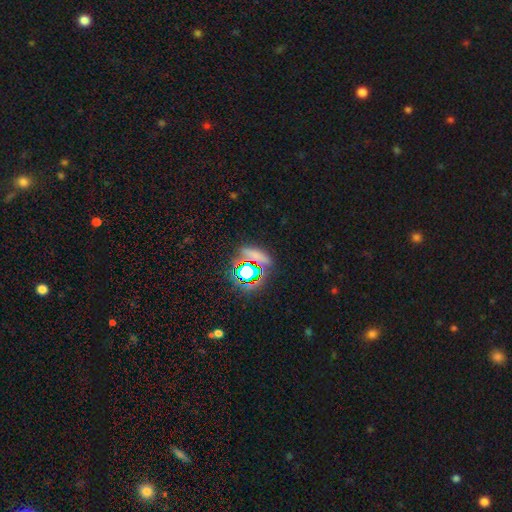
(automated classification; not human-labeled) The model was most divided on "smooth or featured": smooth: 45%, star or artifact: 43%, featured or disk: 12%. More confident: merging — none (75%).